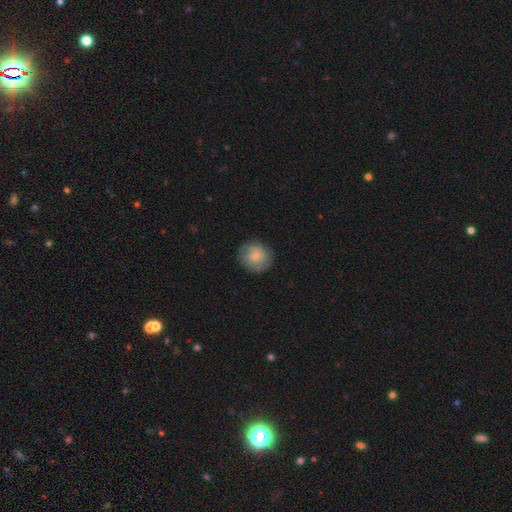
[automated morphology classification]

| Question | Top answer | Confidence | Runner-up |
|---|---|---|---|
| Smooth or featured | smooth | 72% | featured or disk (21%) |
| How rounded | round | 87% | in between (12%) |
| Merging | none | 82% | minor disturbance (13%) |